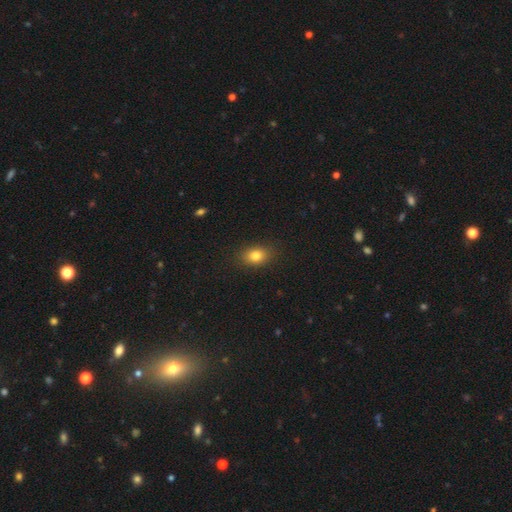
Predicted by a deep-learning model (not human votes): This appears to be a smooth galaxy with no disk features (82%) that is in between round and cigar-shaped (69%). Merging: none (87%).